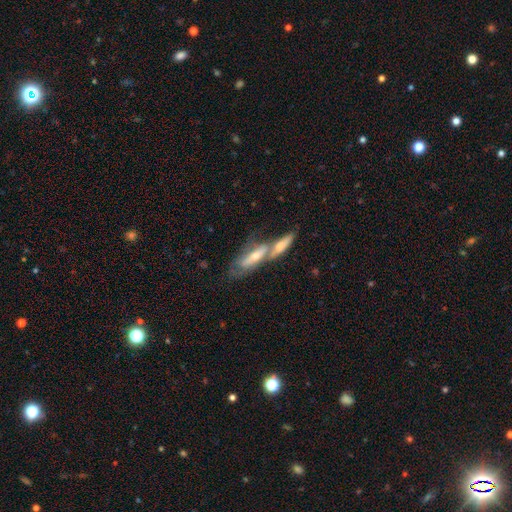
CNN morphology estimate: This appears to be a featured or disk galaxy (63%). Merging: merger (55%).